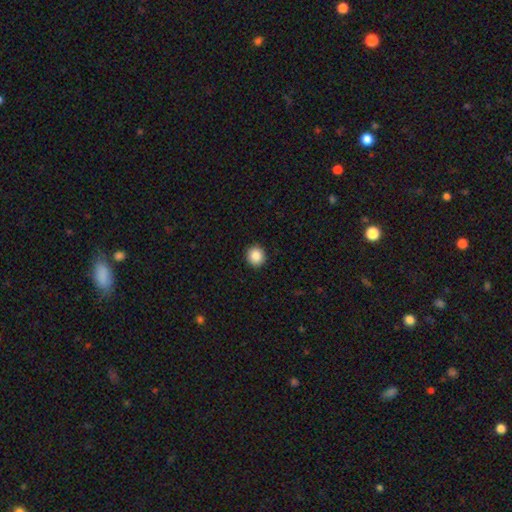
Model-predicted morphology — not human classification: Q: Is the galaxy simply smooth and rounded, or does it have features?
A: smooth — 87%.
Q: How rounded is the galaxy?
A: round — 92%.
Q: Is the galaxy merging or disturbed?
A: none — 93%.